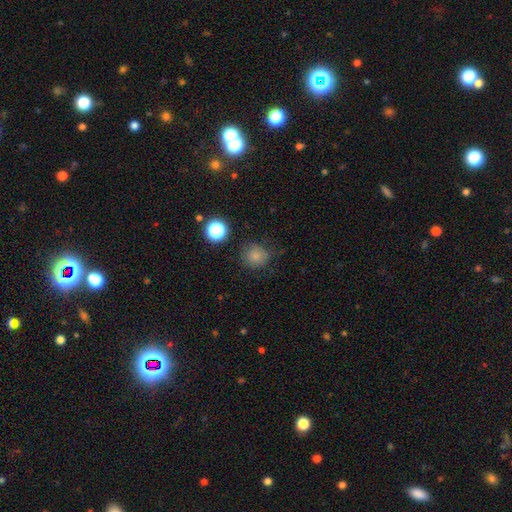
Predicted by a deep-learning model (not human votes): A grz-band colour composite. It shows a smooth galaxy with no disk features (78%) that is round (89%). Merging: none (74%).